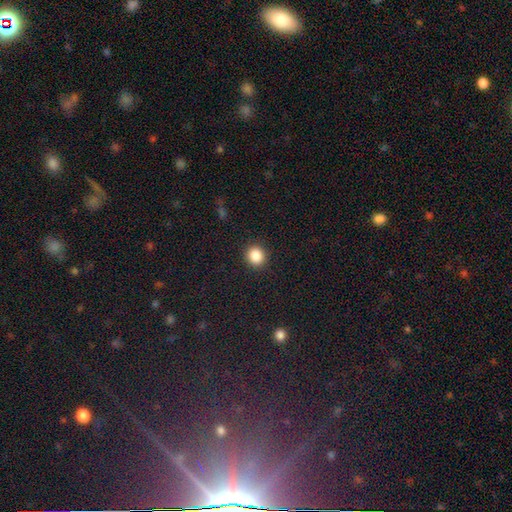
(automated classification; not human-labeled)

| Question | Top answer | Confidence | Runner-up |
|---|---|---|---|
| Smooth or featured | smooth | 86% | star or artifact (10%) |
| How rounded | round | 88% | in between (11%) |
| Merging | none | 91% | minor disturbance (5%) |